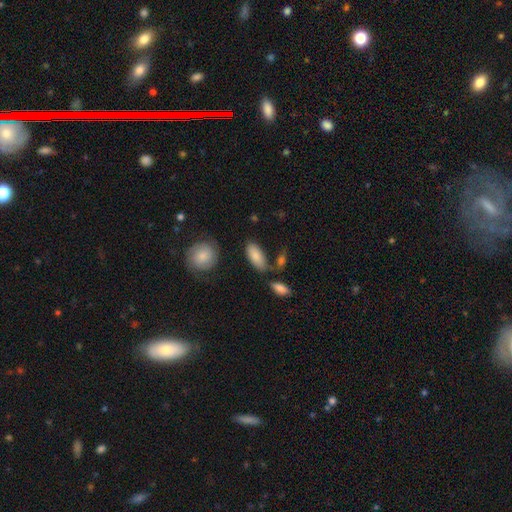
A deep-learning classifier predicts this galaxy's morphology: Smooth or featured? smooth (84%)
How rounded? in between (87%)
Merging? none (68%)